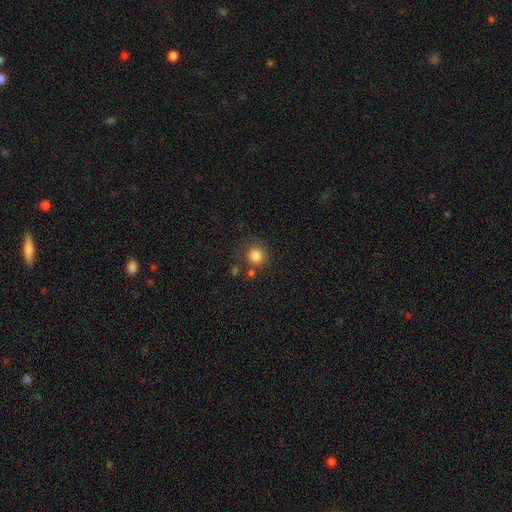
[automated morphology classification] smooth-or-featured: smooth: 83% | star or artifact: 11% | featured or disk: 6%
  how-rounded: round: 92% | in between: 7% | cigar-shaped: 1%
  merging: none: 77% | minor disturbance: 11% | merger: 9% | major disturbance: 4%